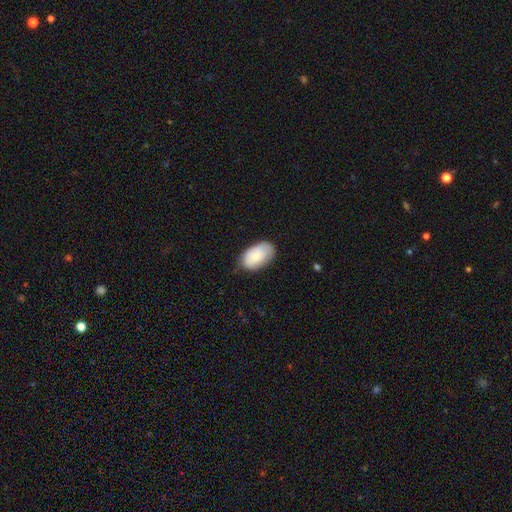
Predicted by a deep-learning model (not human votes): This appears to be a smooth galaxy with no disk features (78%) that is in between round and cigar-shaped (94%). Merging: none (71%).